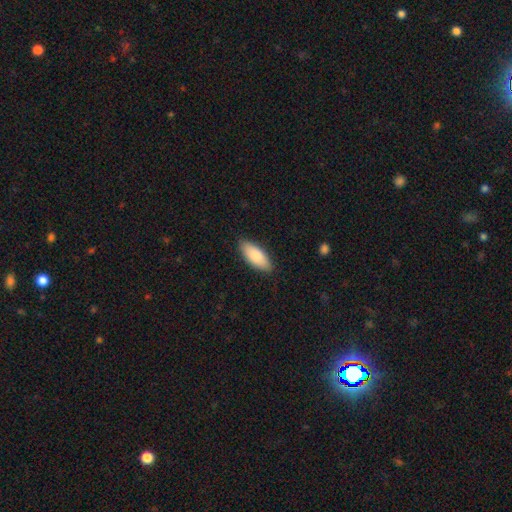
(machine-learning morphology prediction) smooth_or_featured: smooth (p=0.87) [alt: featured or disk p=0.08]
how_rounded: in between (p=0.83) [alt: cigar-shaped p=0.16]
merging: none (p=0.87) [alt: minor disturbance p=0.11]